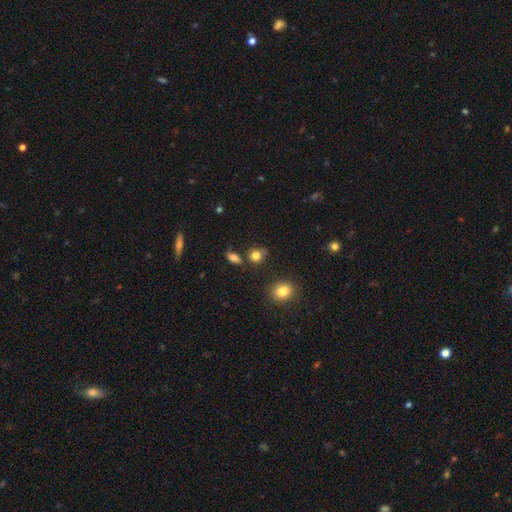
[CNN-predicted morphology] Smooth or featured?
  - smooth: 82% *
  - star or artifact: 12%
  - featured or disk: 6%
How rounded?
  - round: 67% *
  - in between: 32%
  - cigar-shaped: 2%
Merging?
  - none: 65% *
  - minor disturbance: 19%
  - merger: 9%
  - major disturbance: 6%